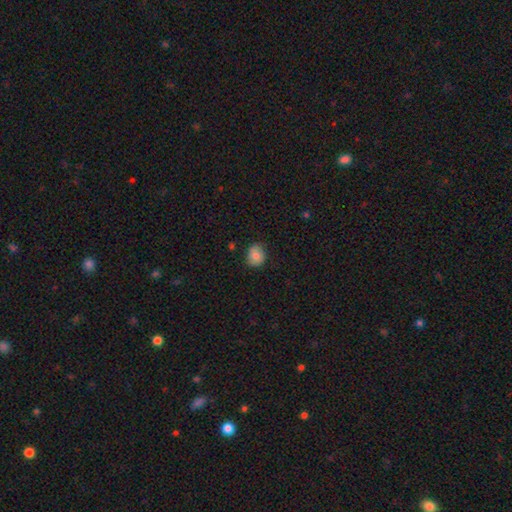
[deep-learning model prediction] Morphology: type=smooth (81%); roundness=round (63%); merging=none (80%).